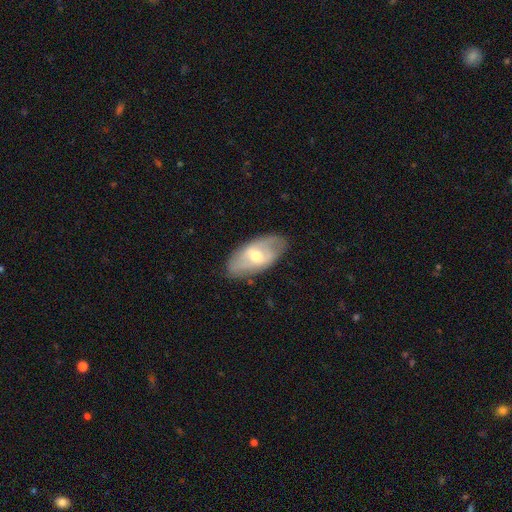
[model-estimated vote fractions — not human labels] Smooth or featured? Predicted: featured or disk (p=0.53). Edge-on disk? Predicted: no (p=0.86). Merging? Predicted: none (p=0.78).